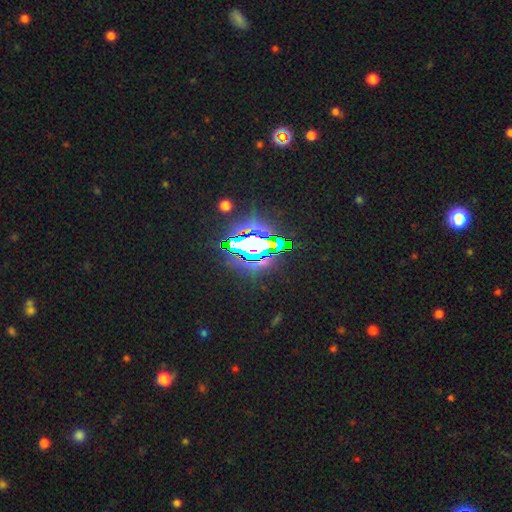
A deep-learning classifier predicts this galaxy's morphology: star or artifact 74%, smooth 14%, featured or disk 12%.